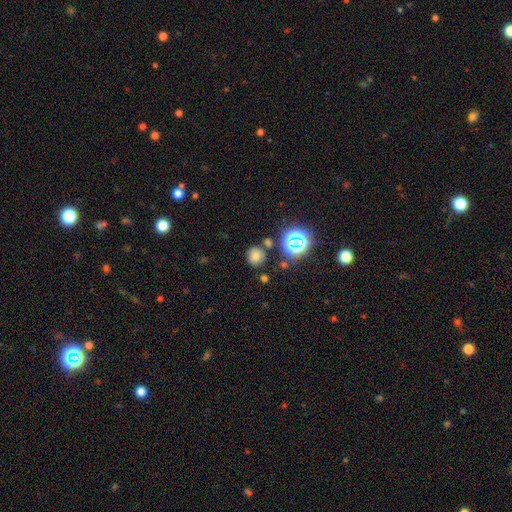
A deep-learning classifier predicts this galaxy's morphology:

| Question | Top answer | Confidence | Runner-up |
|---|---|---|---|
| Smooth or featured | smooth | 69% | star or artifact (22%) |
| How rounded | round | 87% | in between (12%) |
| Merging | none | 76% | minor disturbance (12%) |